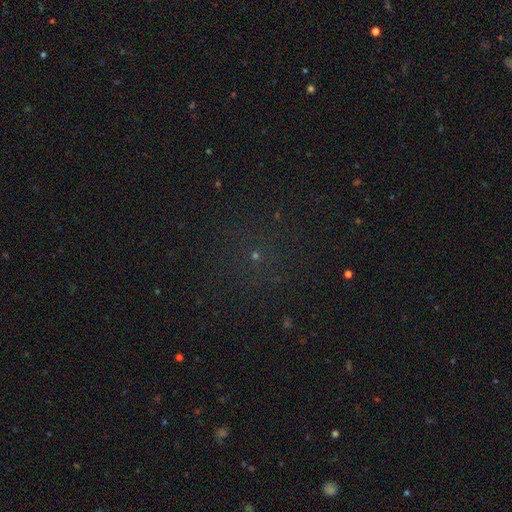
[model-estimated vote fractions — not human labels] A star or artifact, not a galaxy (59%).

Vote fractions:
- Smooth or featured? star or artifact: 59% / smooth: 30% / featured or disk: 11%